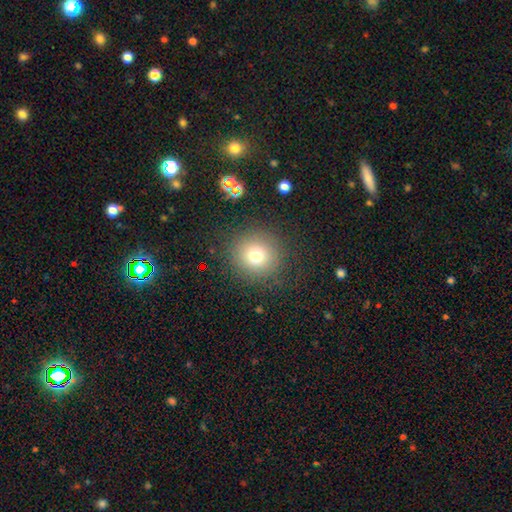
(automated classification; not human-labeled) Smooth or featured?
  - smooth: 72% *
  - star or artifact: 17%
  - featured or disk: 11%
How rounded?
  - round: 93% *
  - in between: 6%
  - cigar-shaped: 1%
Merging?
  - none: 84% *
  - minor disturbance: 9%
  - major disturbance: 5%
  - merger: 2%